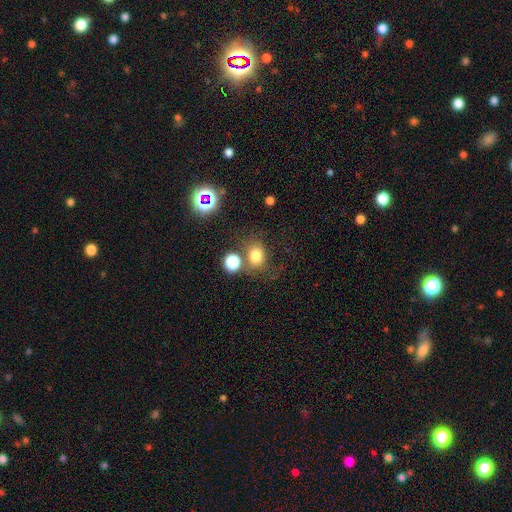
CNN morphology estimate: Smooth or featured? Predicted: smooth (p=0.74). How rounded? Predicted: round (p=0.58). Merging? Predicted: none (p=0.58).